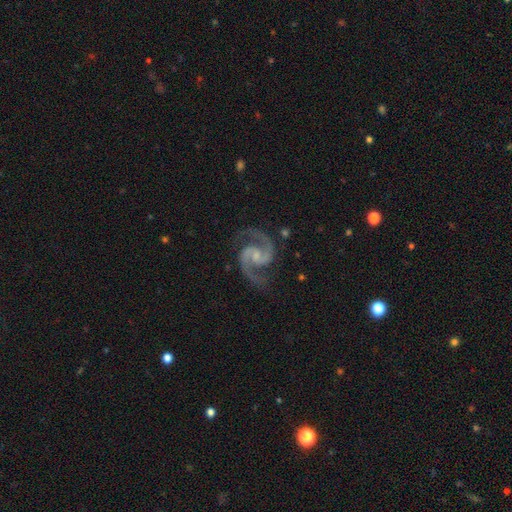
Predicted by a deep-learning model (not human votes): This appears to be a featured or disk galaxy (94%) with a weak bar (45%), 2 (95%) medium (70%) spiral arms (99%) and a small central bulge (50%). Merging: none (80%).